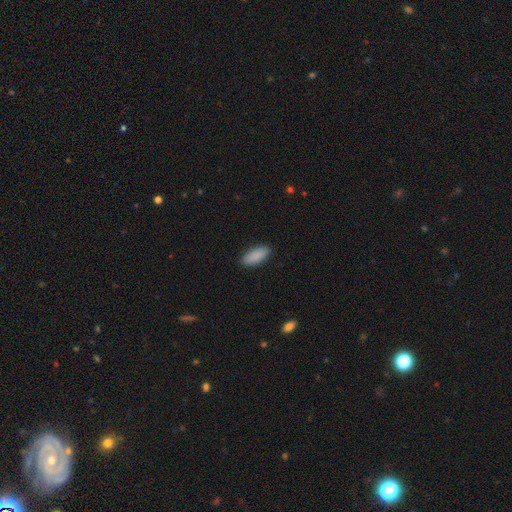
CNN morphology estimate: Q: Smooth or featured?
A: smooth (90%); runner-up: star or artifact (6%)
Q: How rounded?
A: in between (84%); runner-up: cigar-shaped (14%)
Q: Merging?
A: none (89%); runner-up: minor disturbance (8%)